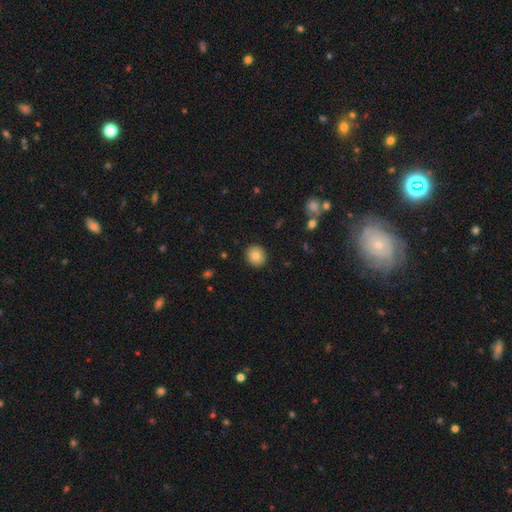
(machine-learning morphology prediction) The model was most divided on "smooth or featured": smooth: 82%, featured or disk: 9%, star or artifact: 9%. More confident: merging — none (91%); how rounded — round (89%).